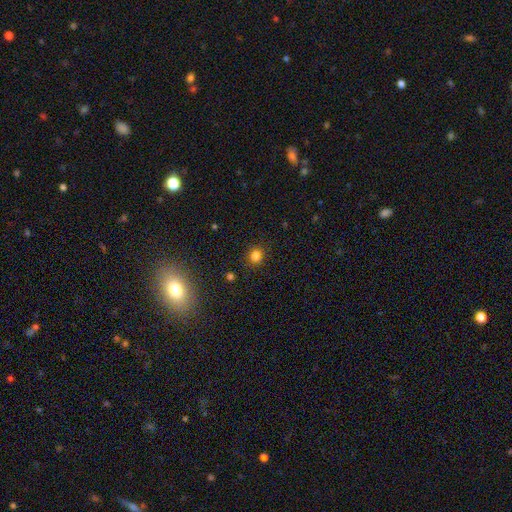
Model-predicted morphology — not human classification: The model was most divided on "smooth or featured": smooth: 81%, star or artifact: 15%, featured or disk: 5%. More confident: merging — none (89%); how rounded — round (86%).